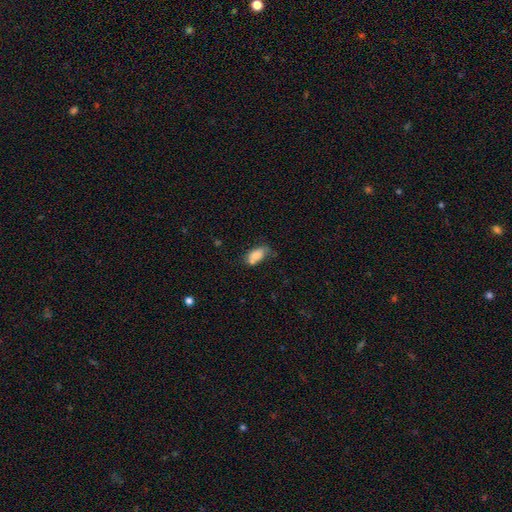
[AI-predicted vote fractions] smooth_or_featured: smooth (p=0.79) [alt: featured or disk p=0.12]
how_rounded: in between (p=0.88) [alt: cigar-shaped p=0.07]
merging: none (p=0.44) [alt: minor disturbance p=0.30]